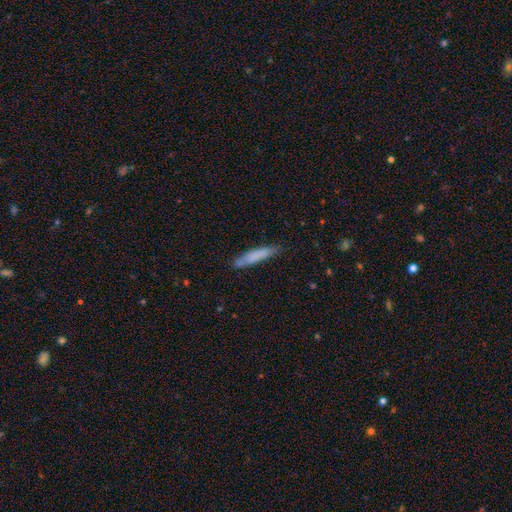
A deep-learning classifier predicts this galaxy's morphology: This appears to be a smooth galaxy with no disk features (76%) that is cigar-shaped (90%). Merging: none (78%).